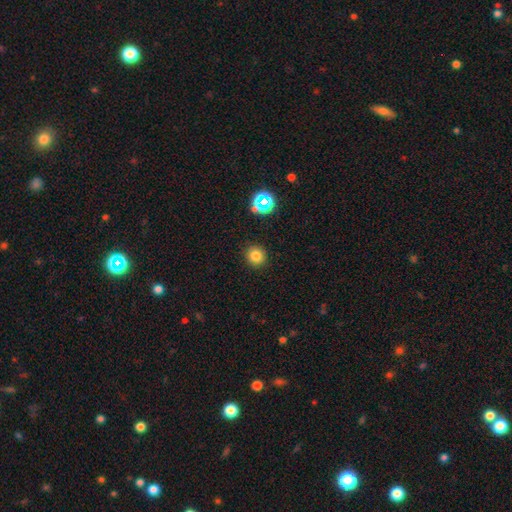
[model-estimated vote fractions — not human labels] smooth 77%, star or artifact 16%, featured or disk 7%. Down the decision tree: how rounded — round (90%); merging — none (90%).